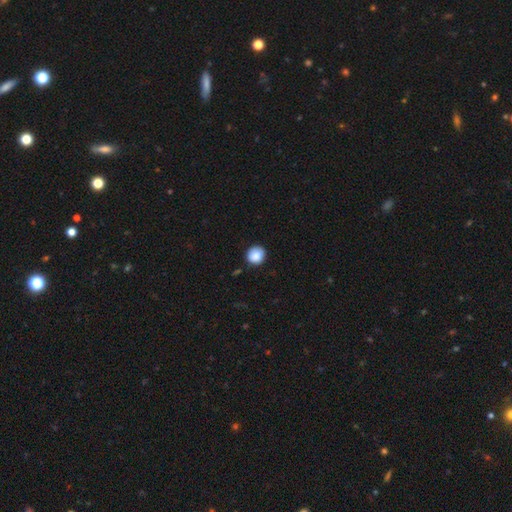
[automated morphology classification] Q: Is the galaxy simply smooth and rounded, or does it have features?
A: smooth — 88%.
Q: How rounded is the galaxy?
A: round — 89%.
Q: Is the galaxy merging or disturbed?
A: none — 87%.